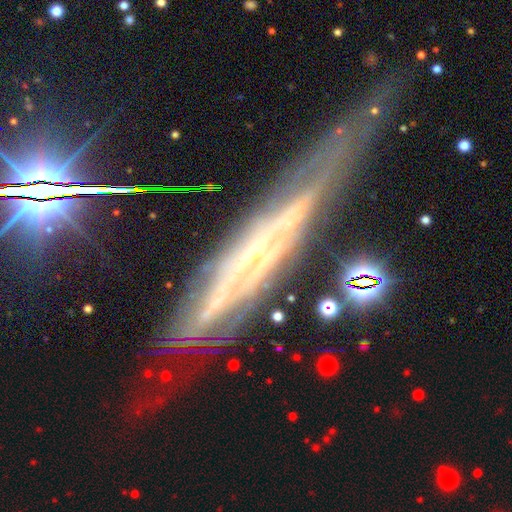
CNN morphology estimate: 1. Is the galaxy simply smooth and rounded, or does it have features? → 78% featured or disk, 11% star or artifact, 10% smooth.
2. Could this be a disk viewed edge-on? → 78% yes, 22% no.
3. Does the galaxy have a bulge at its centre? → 50% none, 40% rounded, 10% boxy.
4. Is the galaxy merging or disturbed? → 69% none, 20% minor disturbance, 8% major disturbance, 3% merger.